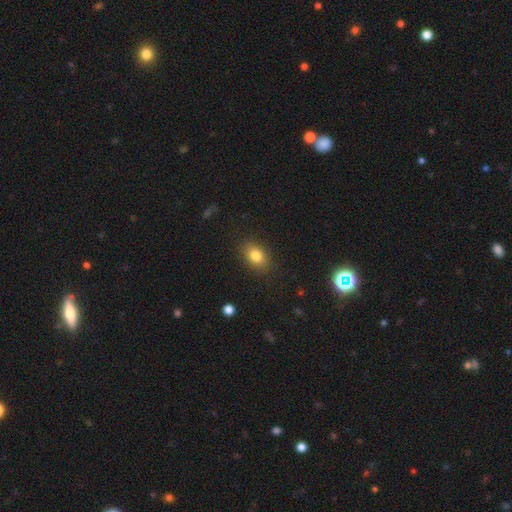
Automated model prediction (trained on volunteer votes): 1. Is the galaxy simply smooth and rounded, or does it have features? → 82% smooth, 10% star or artifact, 8% featured or disk.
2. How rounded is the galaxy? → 74% in between, 24% round, 2% cigar-shaped.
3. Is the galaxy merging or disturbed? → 85% none, 10% minor disturbance, 3% major disturbance, 1% merger.